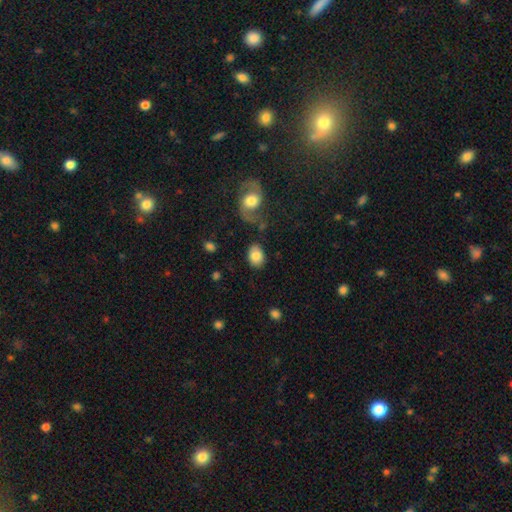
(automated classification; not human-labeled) Smooth or featured? smooth (81%)
How rounded? in between (78%)
Merging? none (75%)